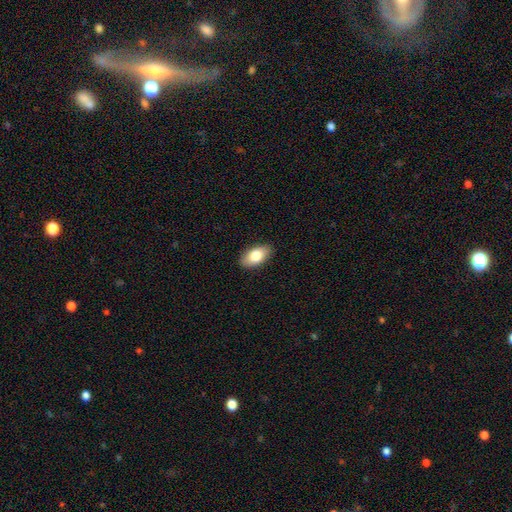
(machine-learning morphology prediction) smooth_or_featured: smooth (p=0.81) [alt: featured or disk p=0.13]
how_rounded: in between (p=0.93) [alt: round p=0.04]
merging: none (p=0.89) [alt: minor disturbance p=0.08]